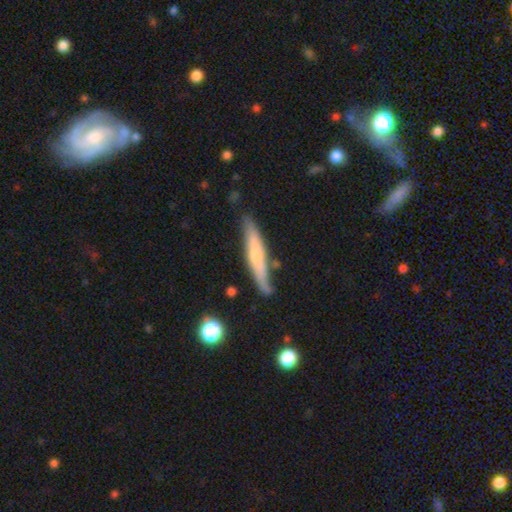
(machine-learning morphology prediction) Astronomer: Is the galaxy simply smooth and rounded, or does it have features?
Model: smooth — 50% (runner-up: featured or disk, 45%).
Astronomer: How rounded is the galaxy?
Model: cigar-shaped — 89%.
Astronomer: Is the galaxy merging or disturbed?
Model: none — 73%.